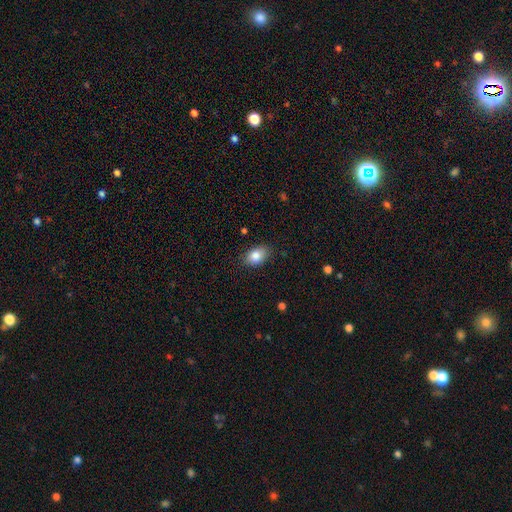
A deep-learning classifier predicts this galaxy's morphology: Smooth or featured?
  - smooth: 85% *
  - star or artifact: 8%
  - featured or disk: 7%
How rounded?
  - in between: 84% *
  - round: 15%
  - cigar-shaped: 1%
Merging?
  - none: 82% *
  - minor disturbance: 14%
  - major disturbance: 3%
  - merger: 1%